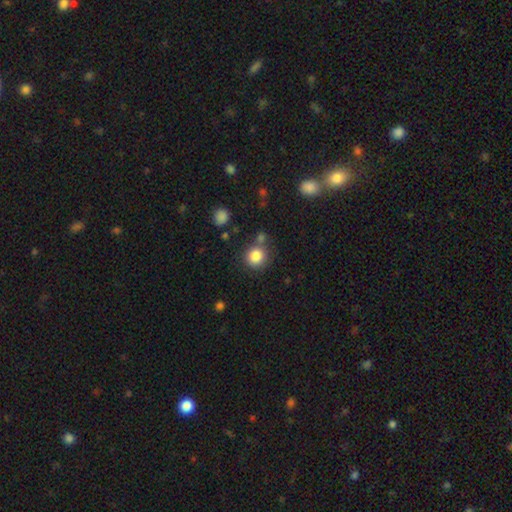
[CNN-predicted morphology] This appears to be a smooth galaxy with no disk features (84%) that is round (89%). Merging: none (74%).